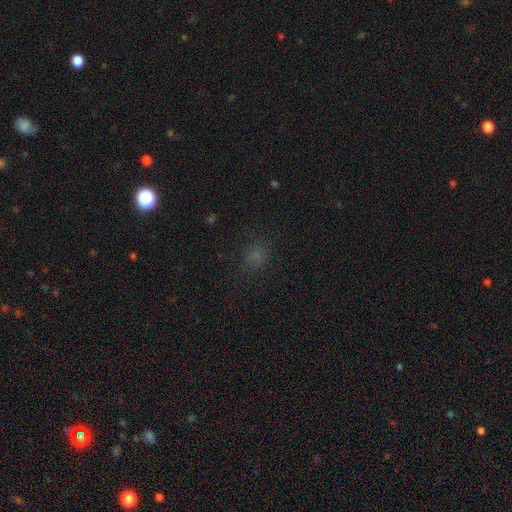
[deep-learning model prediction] The model was most divided on "how rounded": round: 63%, in between: 35%, cigar-shaped: 2%. More confident: merging — none (77%); smooth or featured — smooth (61%).